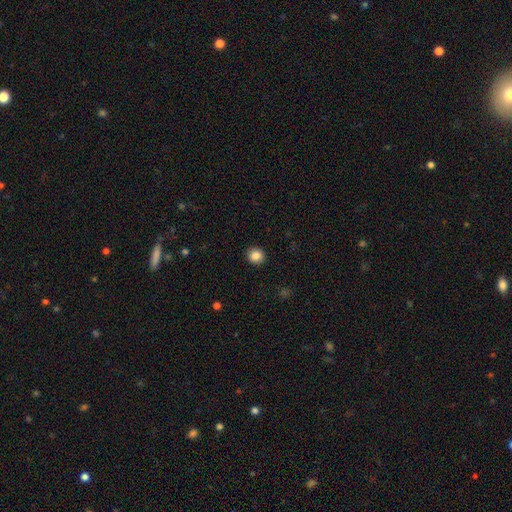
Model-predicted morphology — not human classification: Smooth or featured?
  - smooth: 86% *
  - star or artifact: 10%
  - featured or disk: 4%
How rounded?
  - round: 87% *
  - in between: 12%
  - cigar-shaped: 1%
Merging?
  - none: 92% *
  - minor disturbance: 5%
  - major disturbance: 2%
  - merger: 1%